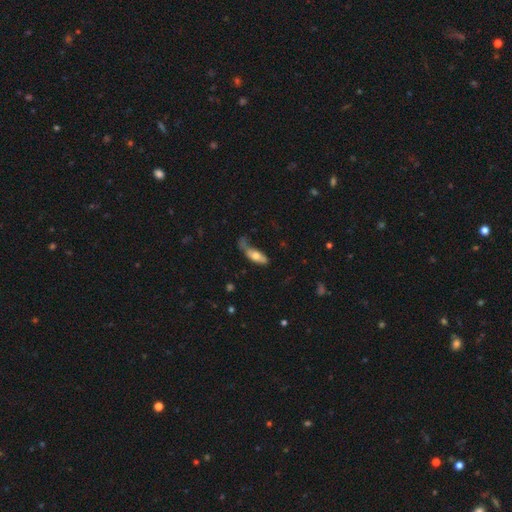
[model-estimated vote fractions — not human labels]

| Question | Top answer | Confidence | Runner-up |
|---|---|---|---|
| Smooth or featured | smooth | 61% | featured or disk (31%) |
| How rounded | in between | 59% | cigar-shaped (38%) |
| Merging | major disturbance | 33% | none (30%) |